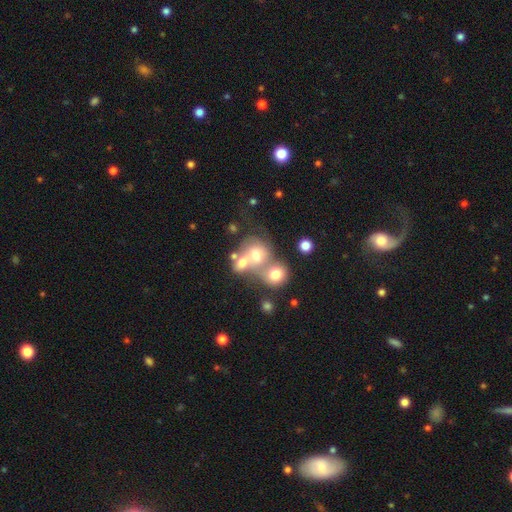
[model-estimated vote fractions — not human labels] This is possibly a smooth galaxy (56%). How rounded: possibly round (60%). Merging: likely merger (62%).